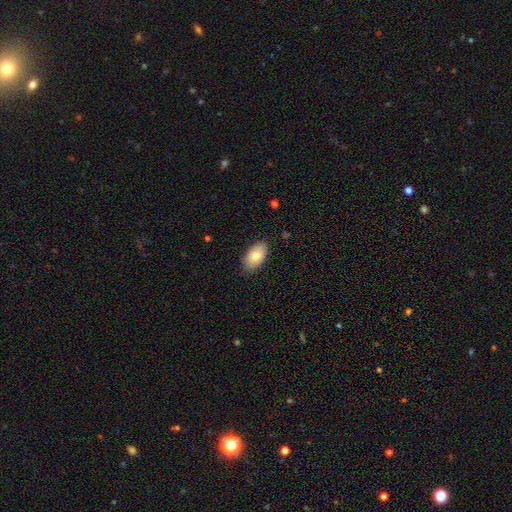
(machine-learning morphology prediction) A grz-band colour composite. It shows a smooth galaxy with no disk features (77%) that is in between round and cigar-shaped (94%). Merging: none (85%).